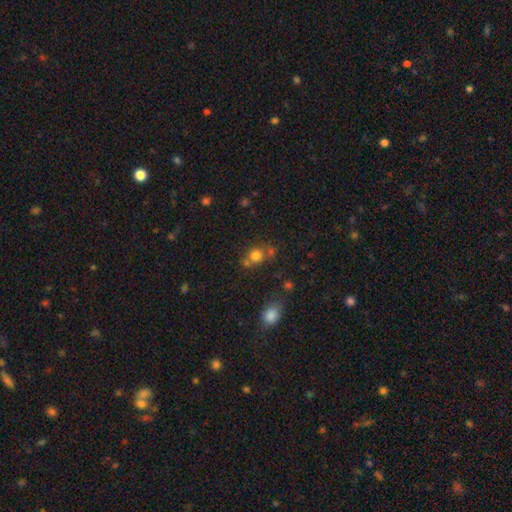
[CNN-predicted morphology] Smooth or featured?
  - smooth: 75% *
  - star or artifact: 15%
  - featured or disk: 10%
How rounded?
  - round: 79% *
  - in between: 20%
  - cigar-shaped: 1%
Merging?
  - none: 58% *
  - merger: 25%
  - minor disturbance: 12%
  - major disturbance: 5%